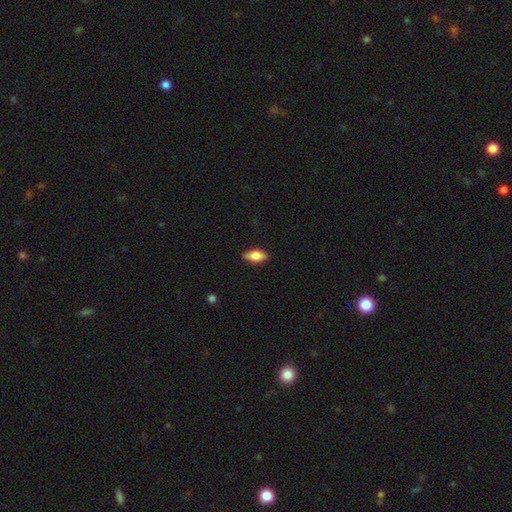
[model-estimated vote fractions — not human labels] The model was most divided on "smooth or featured": smooth: 76%, featured or disk: 17%, star or artifact: 7%. More confident: merging — none (86%); how rounded — in between (85%).